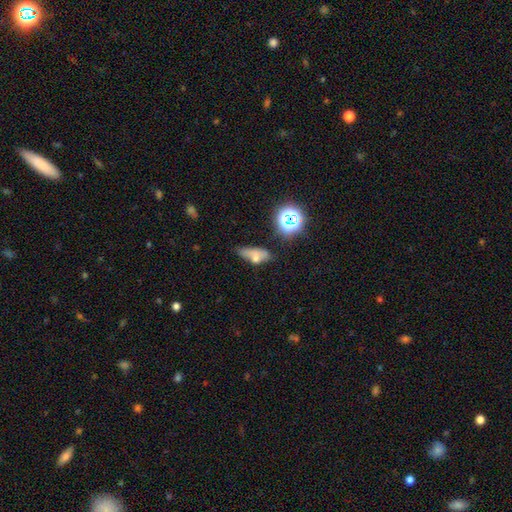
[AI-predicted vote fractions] Smooth or featured?
  - smooth: 63% *
  - featured or disk: 20%
  - star or artifact: 17%
How rounded?
  - in between: 74% *
  - cigar-shaped: 16%
  - round: 9%
Merging?
  - none: 40% *
  - minor disturbance: 33%
  - major disturbance: 16%
  - merger: 12%